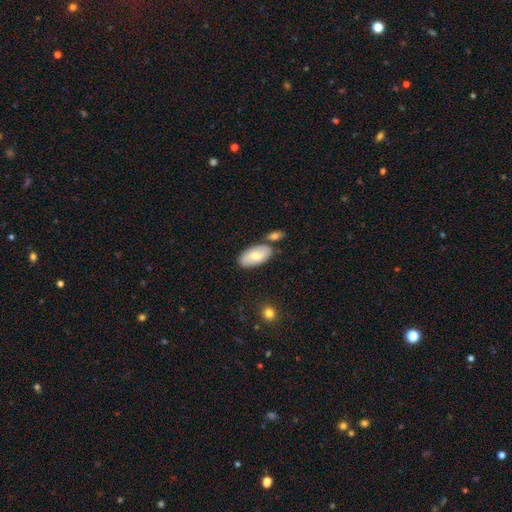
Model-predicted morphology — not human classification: A smooth galaxy with no disk features (67%) that is in between round and cigar-shaped (94%).

Vote fractions:
- Smooth or featured? smooth: 67% / featured or disk: 27% / star or artifact: 6%
- How rounded? in between: 94% / cigar-shaped: 3% / round: 3%
- Merging? none: 69% / minor disturbance: 14% / merger: 13% / major disturbance: 3%